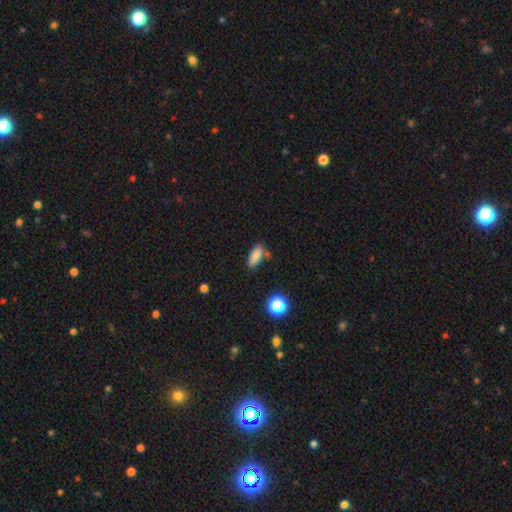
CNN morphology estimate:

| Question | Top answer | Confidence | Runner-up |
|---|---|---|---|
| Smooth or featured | smooth | 84% | star or artifact (10%) |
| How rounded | in between | 80% | cigar-shaped (16%) |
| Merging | none | 70% | minor disturbance (17%) |